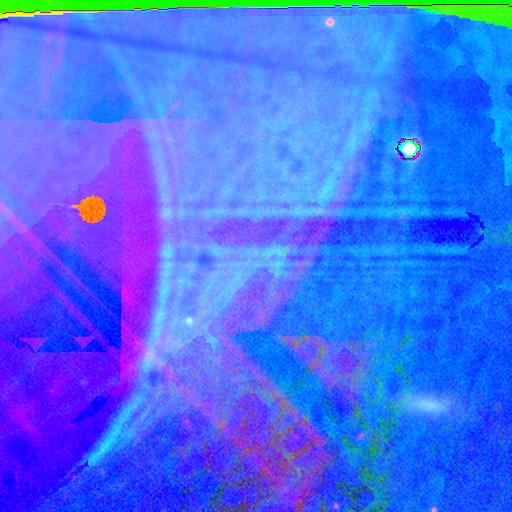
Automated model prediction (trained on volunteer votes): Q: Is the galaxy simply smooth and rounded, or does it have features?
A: star or artifact — 88%.